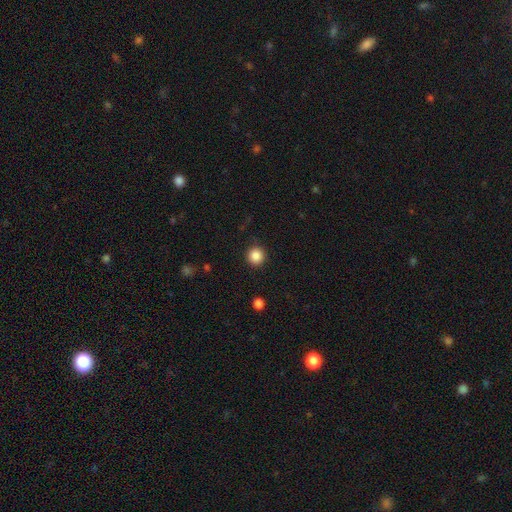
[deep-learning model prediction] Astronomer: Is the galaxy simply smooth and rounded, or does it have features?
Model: smooth — 86%.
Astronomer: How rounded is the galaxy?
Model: round — 95%.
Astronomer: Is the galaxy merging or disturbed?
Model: none — 91%.